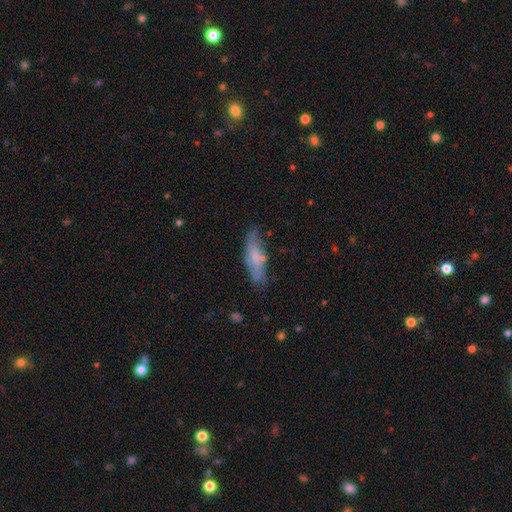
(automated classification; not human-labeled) Smooth or featured: smooth — 53% (featured or disk — 39%)
How rounded: cigar-shaped — 59% (in between — 39%)
Merging: none — 70% (minor disturbance — 21%)